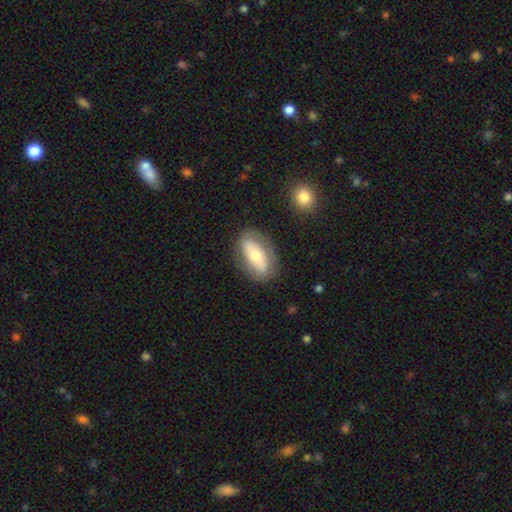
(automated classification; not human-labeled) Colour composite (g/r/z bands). It shows a smooth galaxy with no disk features (49%). Merging: none (78%).